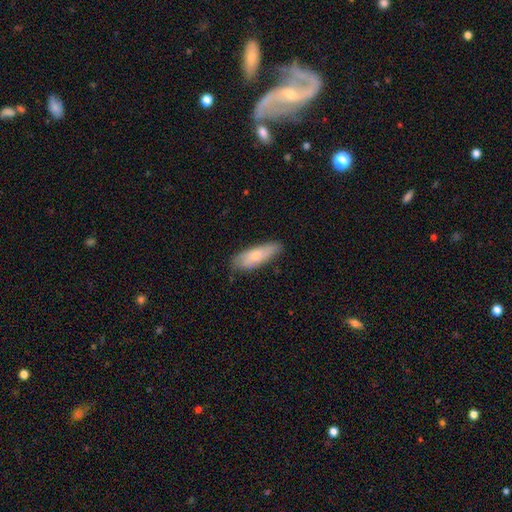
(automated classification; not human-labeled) Smooth or featured: smooth — 68% (featured or disk — 26%)
How rounded: in between — 58% (cigar-shaped — 40%)
Merging: none — 73% (minor disturbance — 21%)